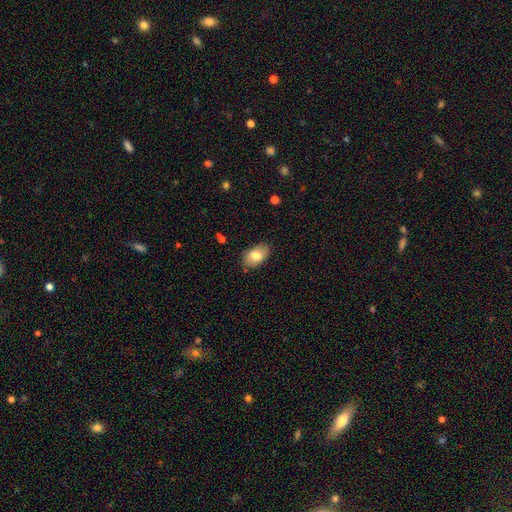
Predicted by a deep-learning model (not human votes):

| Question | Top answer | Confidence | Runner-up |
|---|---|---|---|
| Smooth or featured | smooth | 78% | featured or disk (15%) |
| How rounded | in between | 92% | round (7%) |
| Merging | none | 84% | minor disturbance (13%) |